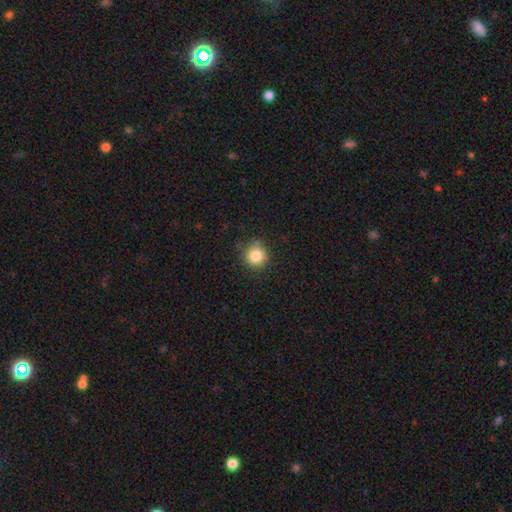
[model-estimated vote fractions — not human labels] smooth 83%, star or artifact 11%, featured or disk 6%. Down the decision tree: how rounded — round (93%); merging — none (85%).